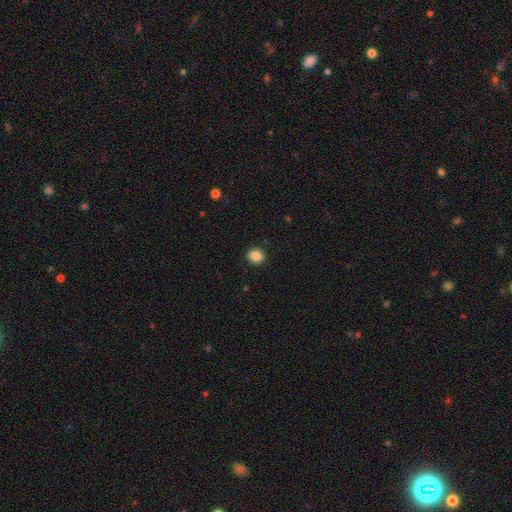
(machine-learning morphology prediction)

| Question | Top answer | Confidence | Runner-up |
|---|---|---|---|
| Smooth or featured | smooth | 87% | star or artifact (10%) |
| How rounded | round | 69% | in between (30%) |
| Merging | none | 90% | minor disturbance (7%) |